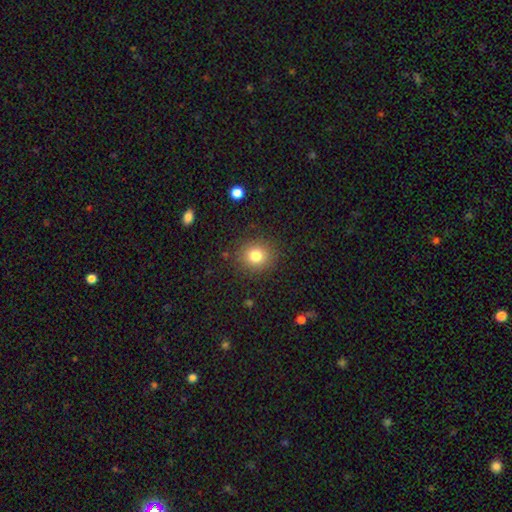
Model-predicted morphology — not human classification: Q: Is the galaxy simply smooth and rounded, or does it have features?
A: smooth — 81%.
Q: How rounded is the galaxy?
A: round — 85%.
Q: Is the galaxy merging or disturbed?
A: none — 88%.